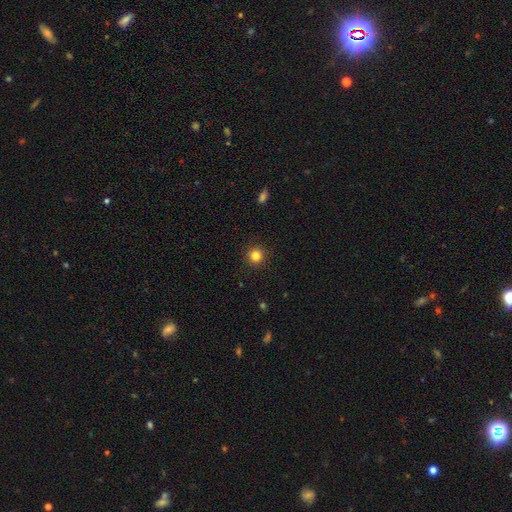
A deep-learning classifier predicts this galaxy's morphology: smooth_or_featured: smooth (p=0.83) [alt: star or artifact p=0.12]
how_rounded: round (p=0.94) [alt: in between p=0.05]
merging: none (p=0.92) [alt: minor disturbance p=0.06]